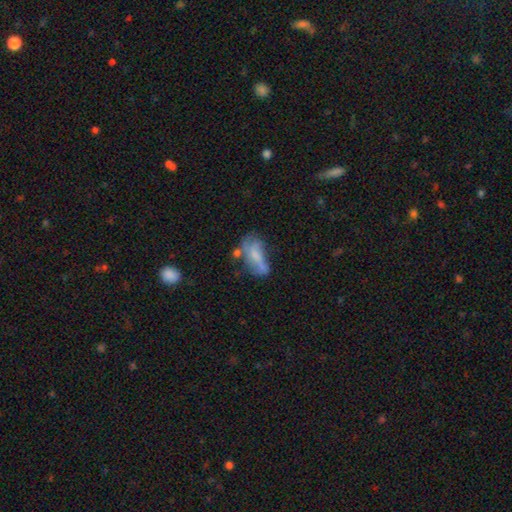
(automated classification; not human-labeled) Smooth or featured: smooth — 50% (featured or disk — 40%)
Merging: none — 29% (major disturbance — 28%)